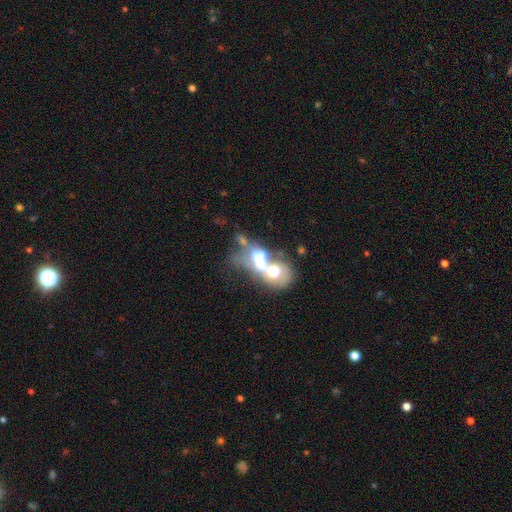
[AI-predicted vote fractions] Overall: featured or disk (48%; smooth 37%). Merging: merger (64%).